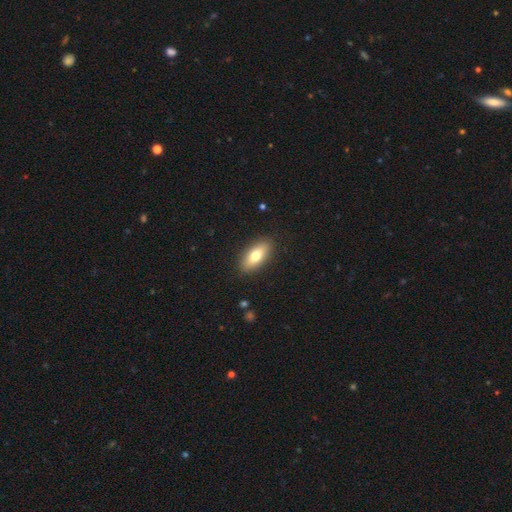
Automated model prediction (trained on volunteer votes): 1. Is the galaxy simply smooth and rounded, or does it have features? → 74% smooth, 19% featured or disk, 7% star or artifact.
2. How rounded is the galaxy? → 85% in between, 12% cigar-shaped, 3% round.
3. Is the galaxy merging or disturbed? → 89% none, 8% minor disturbance, 2% major disturbance, 1% merger.